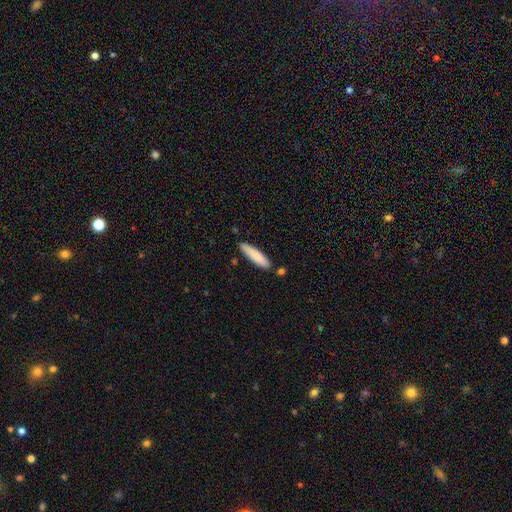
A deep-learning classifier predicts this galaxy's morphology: Q: Smooth or featured?
A: smooth (83%); runner-up: featured or disk (11%)
Q: How rounded?
A: cigar-shaped (77%); runner-up: in between (22%)
Q: Merging?
A: none (83%); runner-up: minor disturbance (11%)